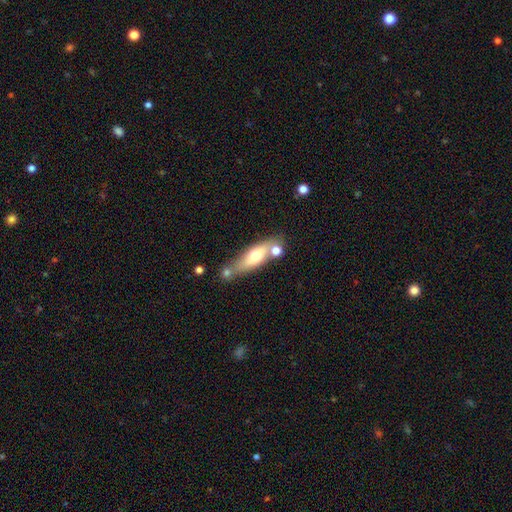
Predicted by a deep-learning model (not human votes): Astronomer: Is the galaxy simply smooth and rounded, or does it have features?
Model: smooth — 57% (runner-up: featured or disk, 36%).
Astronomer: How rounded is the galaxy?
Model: cigar-shaped — 49% (runner-up: in between, 47%).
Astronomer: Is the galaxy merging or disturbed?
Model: none — 53%.